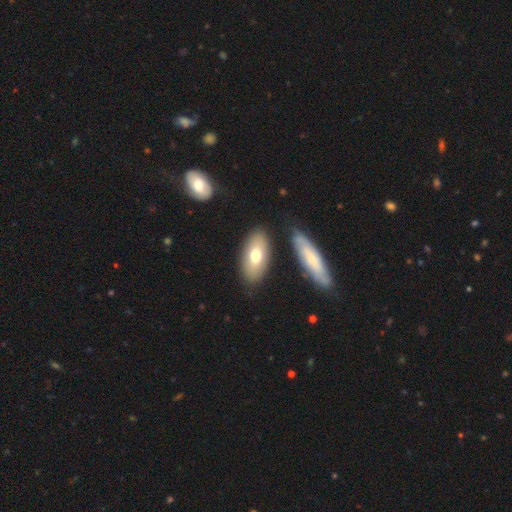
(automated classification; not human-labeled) Smooth or featured?
  - smooth: 69% *
  - featured or disk: 25%
  - star or artifact: 6%
How rounded?
  - in between: 89% *
  - cigar-shaped: 7%
  - round: 4%
Merging?
  - none: 80% *
  - minor disturbance: 11%
  - merger: 6%
  - major disturbance: 3%